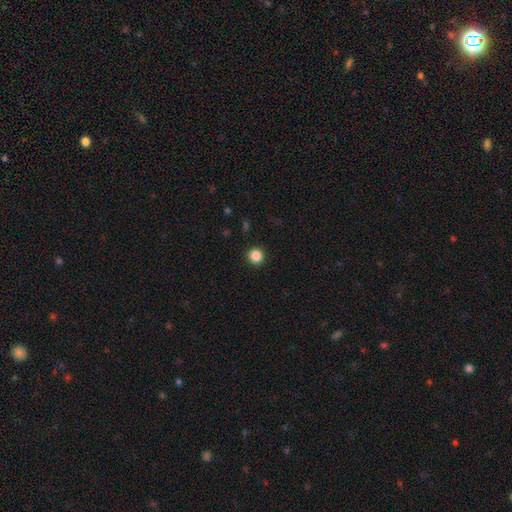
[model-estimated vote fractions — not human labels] This is clearly a smooth galaxy (87%). How rounded: clearly round (93%). Merging: clearly none (92%).